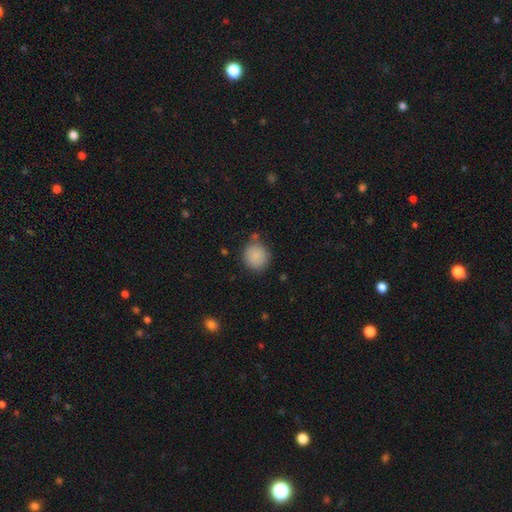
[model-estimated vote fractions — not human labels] Smooth or featured? Predicted: smooth (p=0.86). How rounded? Predicted: round (p=0.87). Merging? Predicted: none (p=0.75).